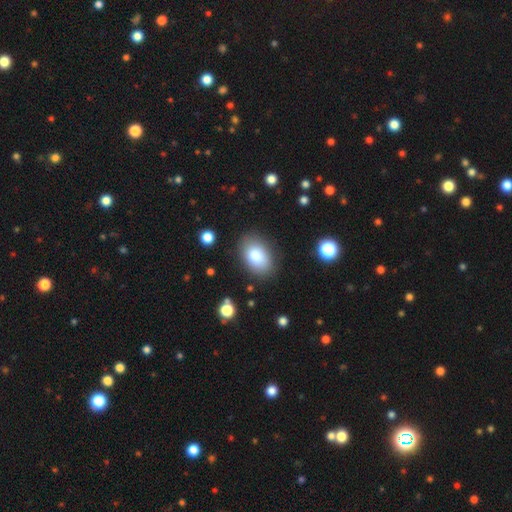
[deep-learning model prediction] Smooth or featured?
  - smooth: 82% *
  - featured or disk: 10%
  - star or artifact: 8%
How rounded?
  - in between: 86% *
  - round: 13%
  - cigar-shaped: 1%
Merging?
  - none: 83% *
  - minor disturbance: 11%
  - major disturbance: 3%
  - merger: 2%